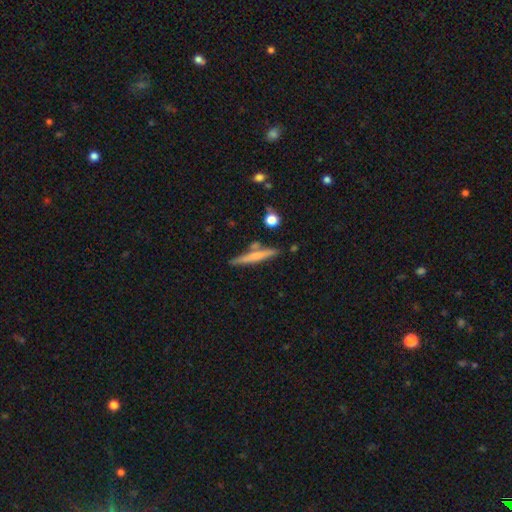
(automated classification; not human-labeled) Smooth or featured?
  - smooth: 54% *
  - featured or disk: 39%
  - star or artifact: 6%
How rounded?
  - cigar-shaped: 93% *
  - in between: 5%
  - round: 2%
Merging?
  - none: 78% *
  - minor disturbance: 11%
  - merger: 8%
  - major disturbance: 3%